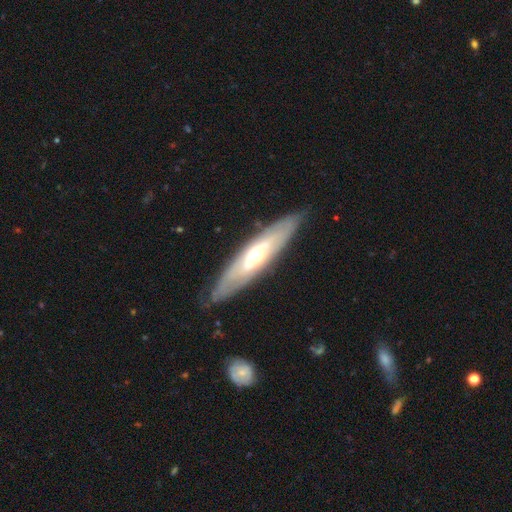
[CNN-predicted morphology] The model was most divided on "edge-on disk": no: 51%, yes: 49%. More confident: merging — none (83%); smooth or featured — featured or disk (66%).